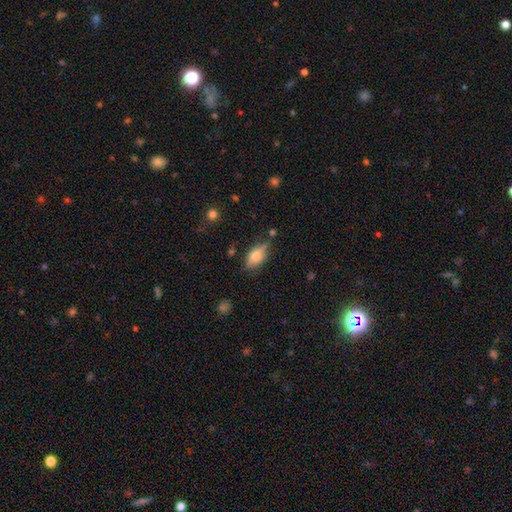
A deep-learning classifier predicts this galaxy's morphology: smooth-or-featured: smooth: 56% | featured or disk: 35% | star or artifact: 8%
  how-rounded: in between: 80% | cigar-shaped: 15% | round: 5%
  merging: none: 68% | minor disturbance: 23% | major disturbance: 6% | merger: 4%